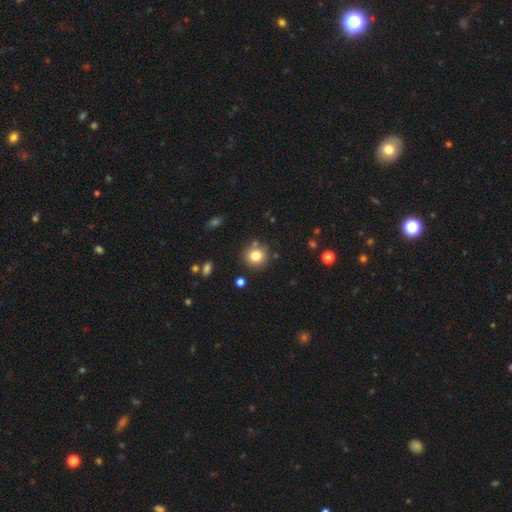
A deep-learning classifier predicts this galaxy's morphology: The model was most divided on "smooth or featured": smooth: 81%, star or artifact: 11%, featured or disk: 8%. More confident: how rounded — round (89%); merging — none (81%).